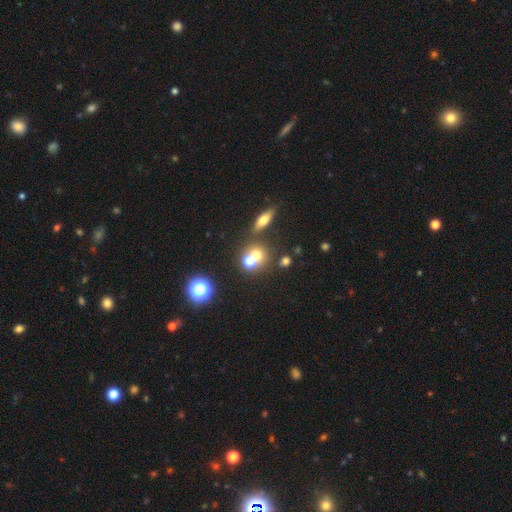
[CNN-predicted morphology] Smooth or featured?
  - smooth: 63% *
  - star or artifact: 20%
  - featured or disk: 18%
How rounded?
  - round: 81% *
  - in between: 17%
  - cigar-shaped: 2%
Merging?
  - merger: 45% *
  - none: 44%
  - minor disturbance: 7%
  - major disturbance: 4%